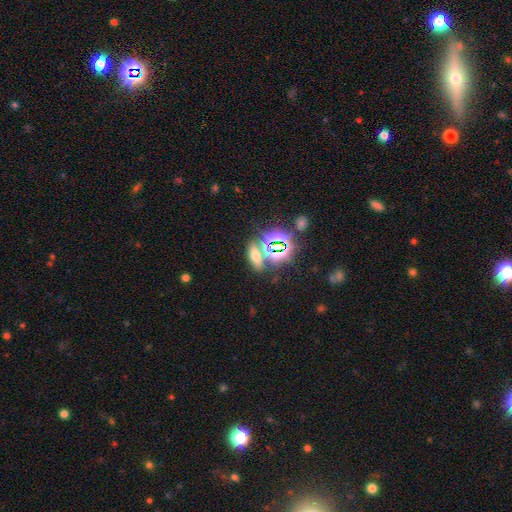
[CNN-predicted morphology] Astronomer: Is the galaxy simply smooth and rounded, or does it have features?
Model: smooth — 44% (runner-up: star or artifact, 39%).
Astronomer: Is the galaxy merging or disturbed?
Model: none — 66%.